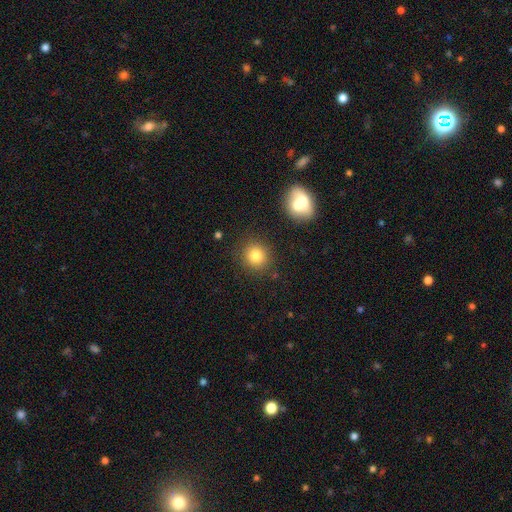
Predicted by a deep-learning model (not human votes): smooth 80%, star or artifact 12%, featured or disk 8%. Down the decision tree: how rounded — round (88%); merging — none (85%).